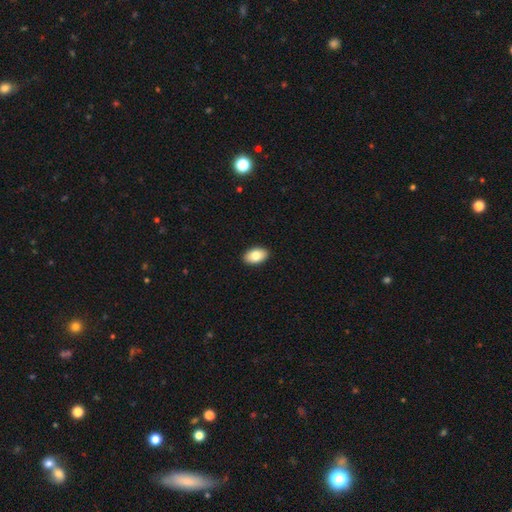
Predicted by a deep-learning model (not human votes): Smooth or featured?
  - smooth: 82% *
  - featured or disk: 11%
  - star or artifact: 7%
How rounded?
  - in between: 93% *
  - round: 6%
  - cigar-shaped: 1%
Merging?
  - none: 91% *
  - minor disturbance: 6%
  - major disturbance: 1%
  - merger: 1%